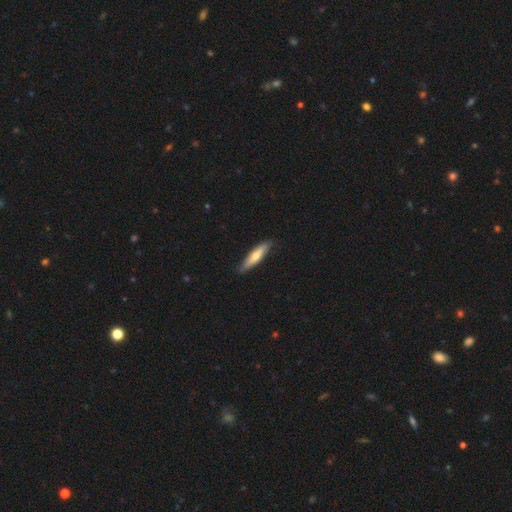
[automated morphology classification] This is likely a smooth galaxy (61%). How rounded: clearly cigar-shaped (81%). Merging: clearly none (85%).